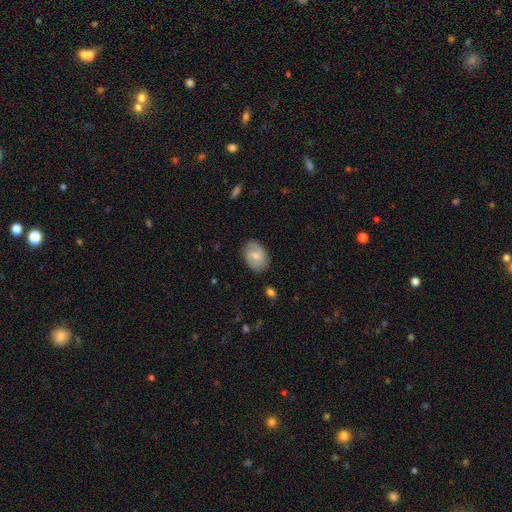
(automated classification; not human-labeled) A featured or disk galaxy (48%).

Vote fractions:
- Smooth or featured? featured or disk: 48% / smooth: 45% / star or artifact: 7%
- Merging? none: 77% / minor disturbance: 17% / major disturbance: 4% / merger: 1%